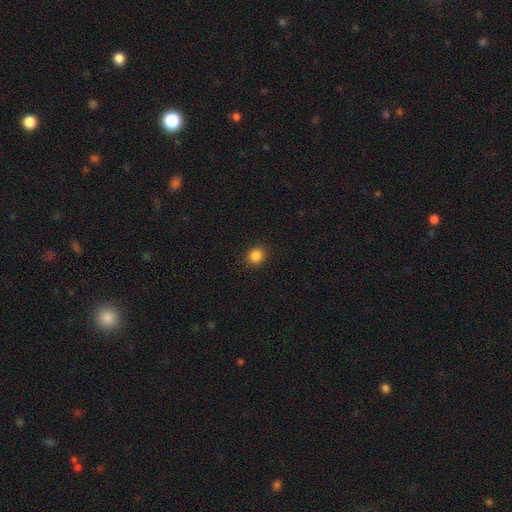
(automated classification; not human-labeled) Smooth or featured?
  - smooth: 86% *
  - star or artifact: 11%
  - featured or disk: 3%
How rounded?
  - round: 82% *
  - in between: 17%
  - cigar-shaped: 1%
Merging?
  - none: 91% *
  - minor disturbance: 6%
  - major disturbance: 2%
  - merger: 1%